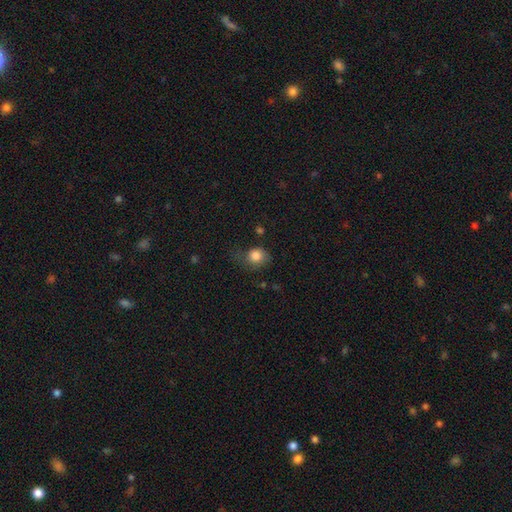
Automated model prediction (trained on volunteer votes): Smooth or featured? smooth (83%)
How rounded? round (71%)
Merging? none (49%)